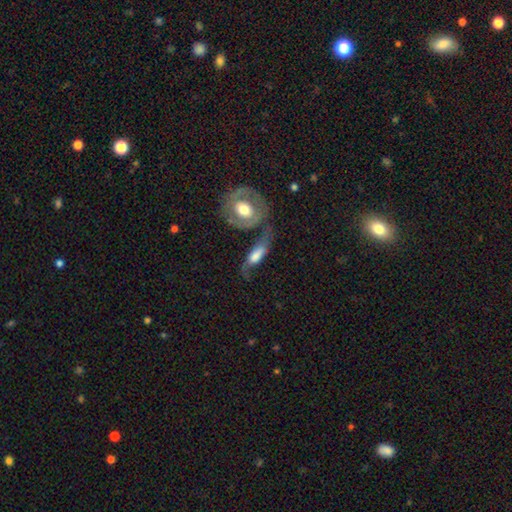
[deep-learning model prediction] Smooth or featured: featured or disk — 50% (smooth — 44%)
Merging: none — 31% (merger — 29%)